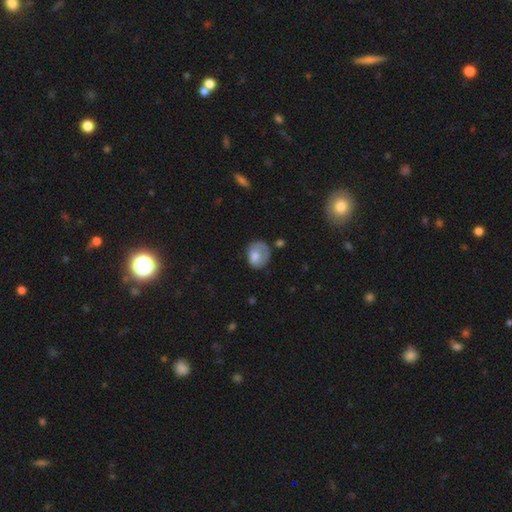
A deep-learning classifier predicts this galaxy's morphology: This is likely a smooth galaxy (71%). How rounded: possibly round (52%). Merging: marginally none (43%).